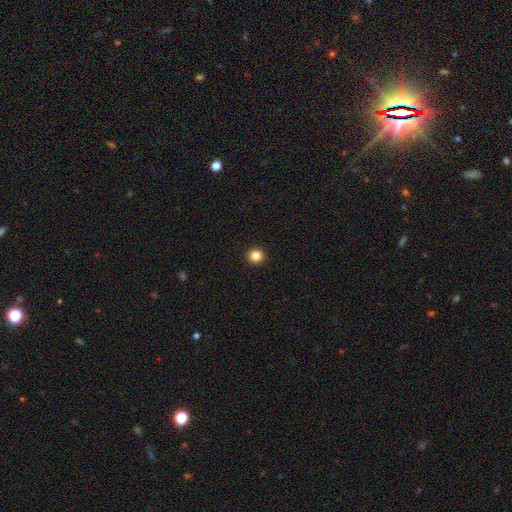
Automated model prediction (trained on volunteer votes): Q: Smooth or featured?
A: smooth (84%); runner-up: star or artifact (12%)
Q: How rounded?
A: round (95%); runner-up: in between (4%)
Q: Merging?
A: none (94%); runner-up: minor disturbance (4%)